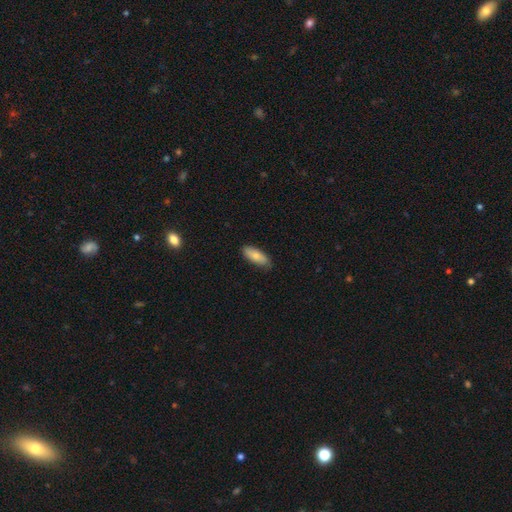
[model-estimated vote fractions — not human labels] smooth 78%, featured or disk 16%, star or artifact 6%. Down the decision tree: how rounded — in between (76%); merging — none (81%).